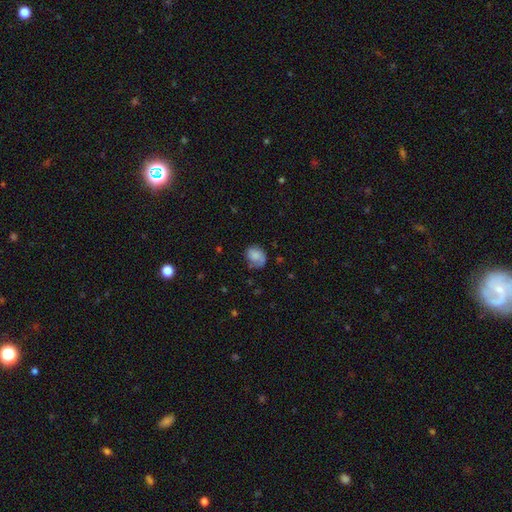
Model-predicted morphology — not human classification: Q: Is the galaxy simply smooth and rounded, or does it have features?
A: smooth — 69%.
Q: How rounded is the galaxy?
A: round — 51%.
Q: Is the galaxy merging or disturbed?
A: none — 54%.